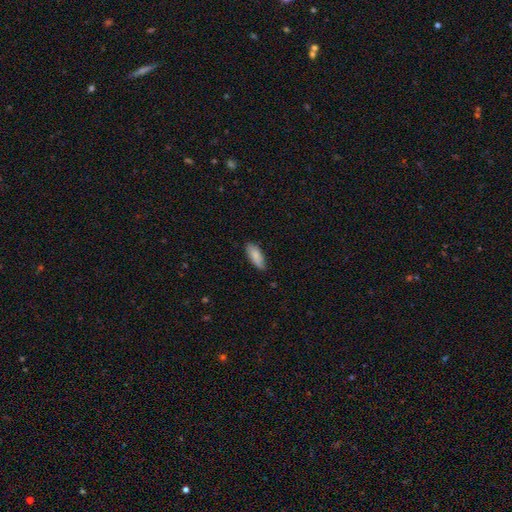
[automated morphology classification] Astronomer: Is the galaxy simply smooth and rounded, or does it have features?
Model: smooth — 84%.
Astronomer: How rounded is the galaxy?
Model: in between — 77%.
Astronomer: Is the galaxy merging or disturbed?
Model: none — 78%.